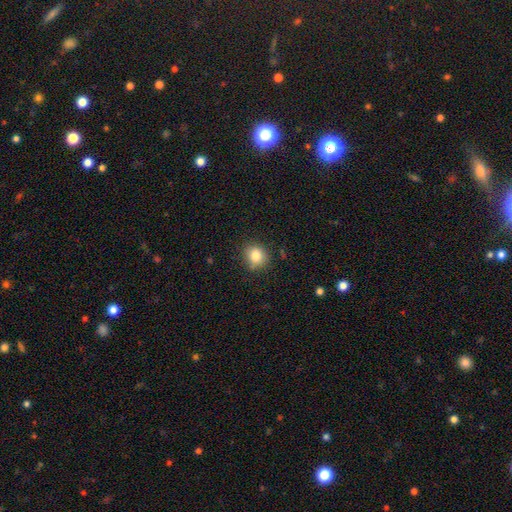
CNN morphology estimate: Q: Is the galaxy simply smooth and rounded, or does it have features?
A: smooth — 82%.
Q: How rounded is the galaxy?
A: round — 77%.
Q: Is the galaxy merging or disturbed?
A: none — 82%.